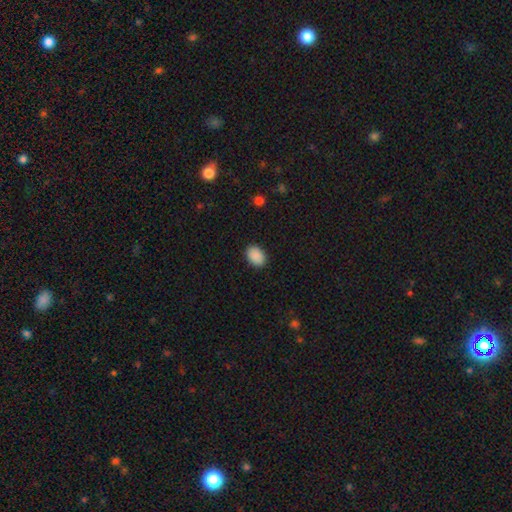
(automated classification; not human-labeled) The model was most divided on "how rounded": in between: 81%, round: 18%, cigar-shaped: 1%. More confident: smooth or featured — smooth (90%); merging — none (89%).